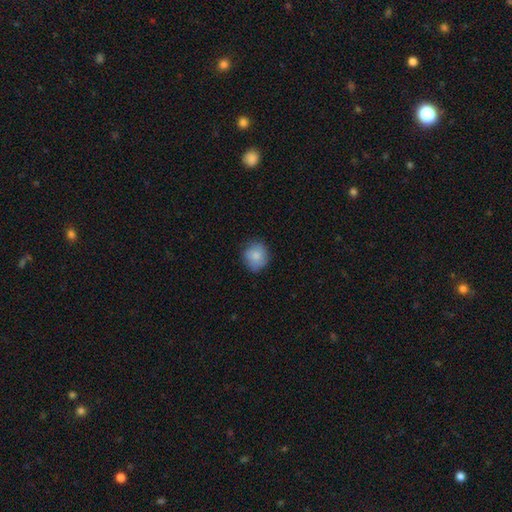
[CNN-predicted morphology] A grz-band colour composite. It shows a smooth galaxy with no disk features (84%) that is round (83%). Merging: none (77%).